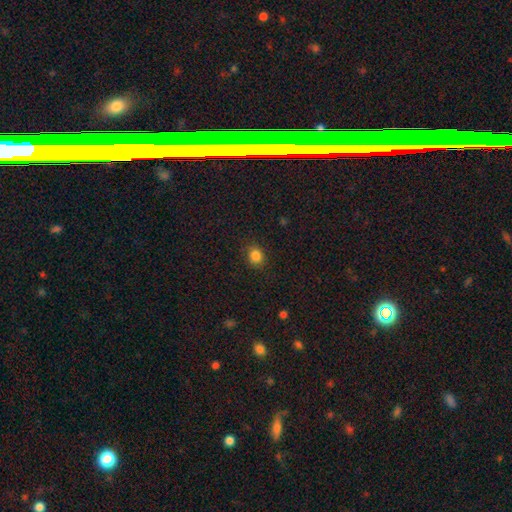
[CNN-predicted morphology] This appears to be a smooth galaxy with no disk features (85%) that is round (75%). Merging: none (86%).